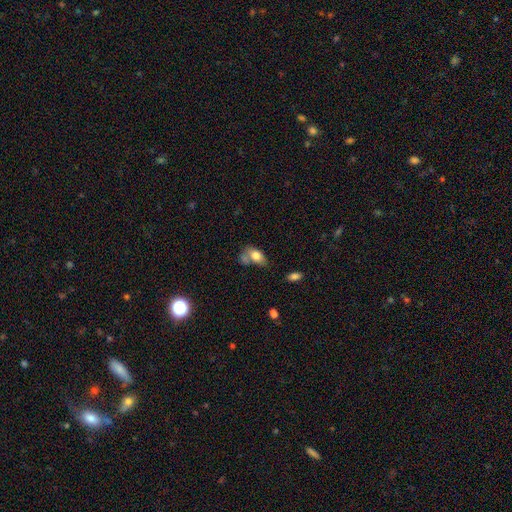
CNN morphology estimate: smooth 76%, featured or disk 15%, star or artifact 9%. Down the decision tree: how rounded — in between (85%); merging — merger (32%, tied with none).